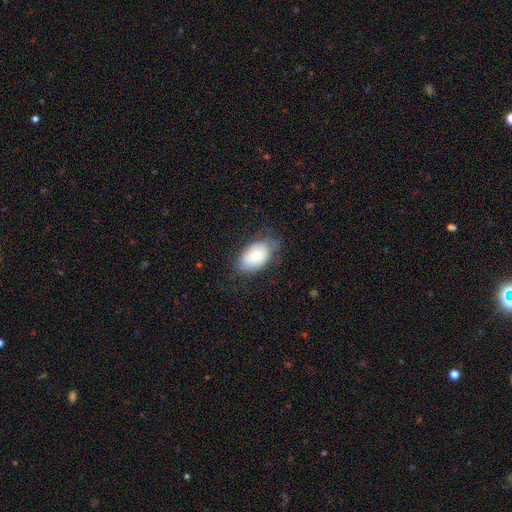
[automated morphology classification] Smooth or featured?
  - smooth: 70% *
  - featured or disk: 23%
  - star or artifact: 7%
How rounded?
  - in between: 90% *
  - round: 8%
  - cigar-shaped: 1%
Merging?
  - none: 68% *
  - minor disturbance: 23%
  - major disturbance: 8%
  - merger: 1%